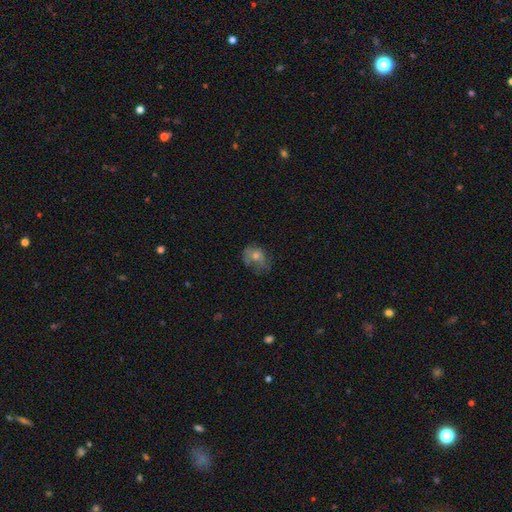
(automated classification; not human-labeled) smooth_or_featured: smooth (p=0.51) [alt: featured or disk p=0.34]
how_rounded: in between (p=0.51) [alt: round p=0.48]
merging: none (p=0.53) [alt: minor disturbance p=0.28]